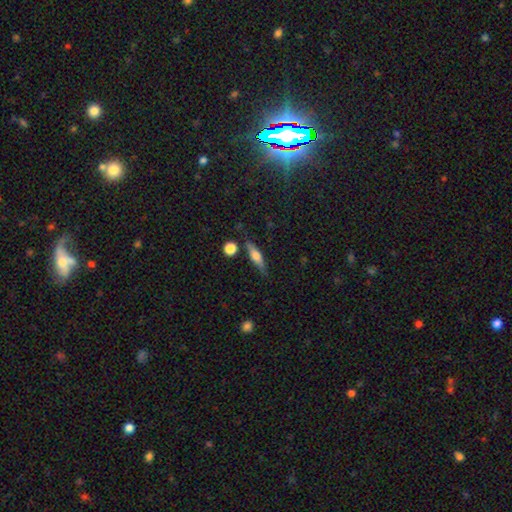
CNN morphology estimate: smooth_or_featured: featured or disk (p=0.48) [alt: smooth p=0.44]
merging: none (p=0.79) [alt: minor disturbance p=0.13]